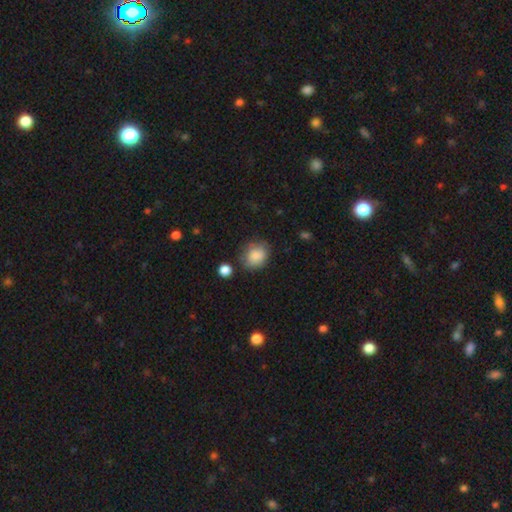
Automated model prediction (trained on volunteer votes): smooth-or-featured: smooth: 85% | star or artifact: 8% | featured or disk: 7%
  how-rounded: round: 67% | in between: 32% | cigar-shaped: 1%
  merging: none: 69% | minor disturbance: 20% | major disturbance: 6% | merger: 5%